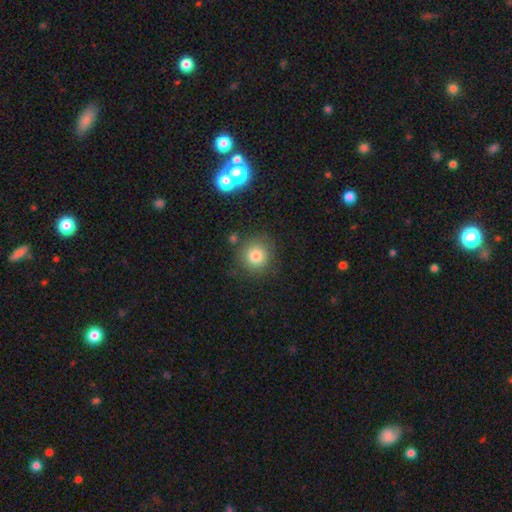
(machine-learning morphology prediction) This appears to be a smooth galaxy with no disk features (80%) that is round (91%). Merging: none (80%).